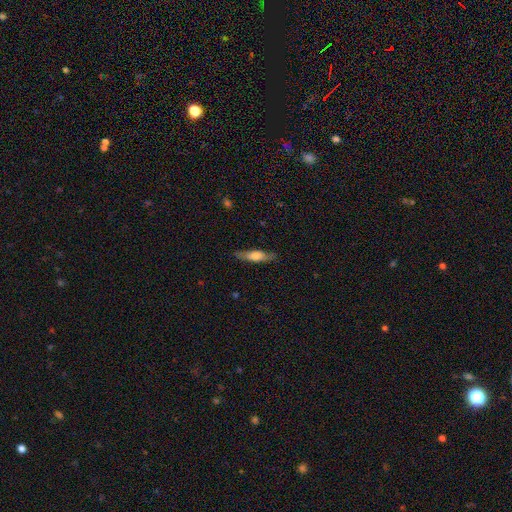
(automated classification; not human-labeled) smooth_or_featured: smooth (p=0.53) [alt: featured or disk p=0.41]
how_rounded: cigar-shaped (p=0.74) [alt: in between p=0.24]
merging: none (p=0.83) [alt: minor disturbance p=0.13]